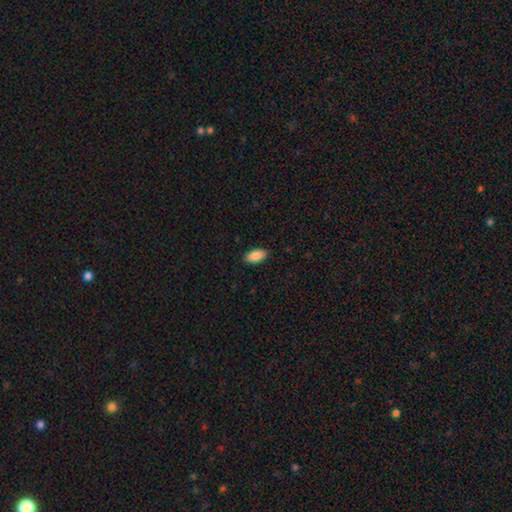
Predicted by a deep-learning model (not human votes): smooth-or-featured: smooth: 89% | star or artifact: 7% | featured or disk: 5%
  how-rounded: in between: 94% | cigar-shaped: 3% | round: 3%
  merging: none: 88% | minor disturbance: 9% | major disturbance: 2% | merger: 1%